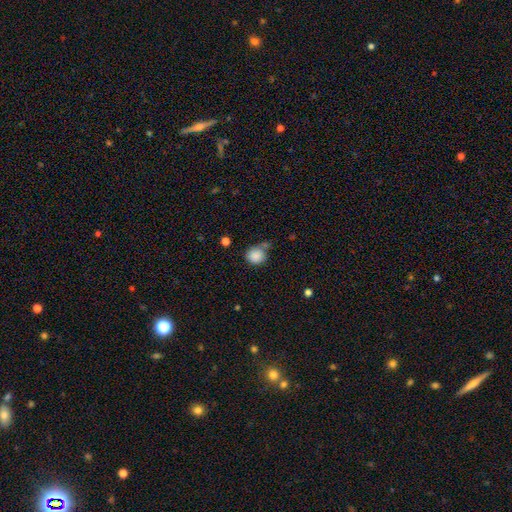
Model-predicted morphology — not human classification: Q: Smooth or featured?
A: smooth (87%); runner-up: star or artifact (9%)
Q: How rounded?
A: round (82%); runner-up: in between (17%)
Q: Merging?
A: none (60%); runner-up: minor disturbance (20%)